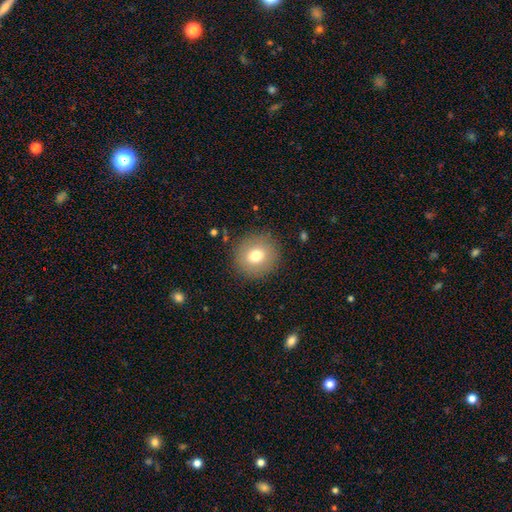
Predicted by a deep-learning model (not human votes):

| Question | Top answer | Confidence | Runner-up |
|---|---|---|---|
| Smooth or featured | smooth | 75% | featured or disk (14%) |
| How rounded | round | 90% | in between (9%) |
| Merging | none | 89% | minor disturbance (7%) |